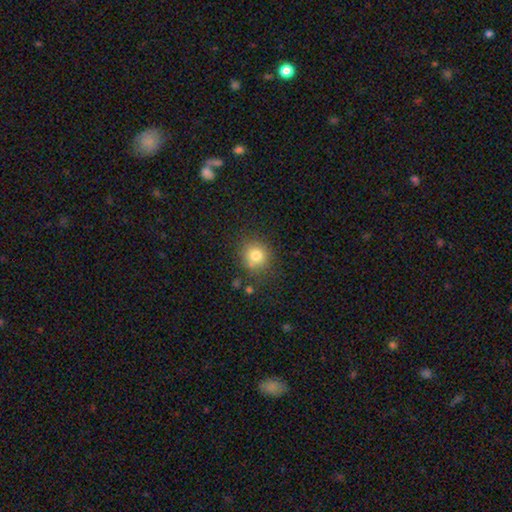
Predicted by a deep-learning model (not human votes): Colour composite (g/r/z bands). It shows a smooth galaxy with no disk features (79%) that is round (85%). Merging: none (77%).